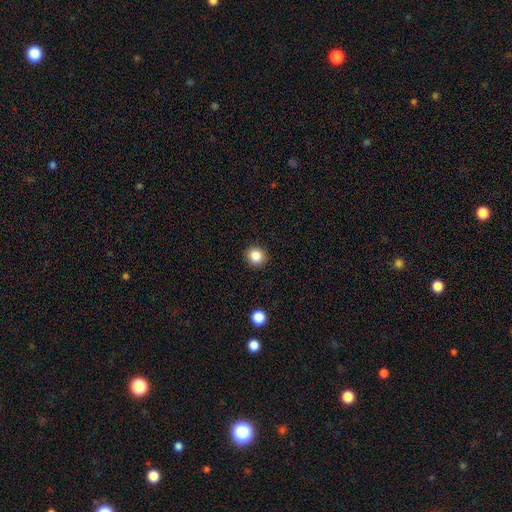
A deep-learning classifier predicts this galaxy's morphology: Smooth or featured: smooth — 86% (star or artifact — 10%)
How rounded: round — 89% (in between — 10%)
Merging: none — 92% (minor disturbance — 5%)